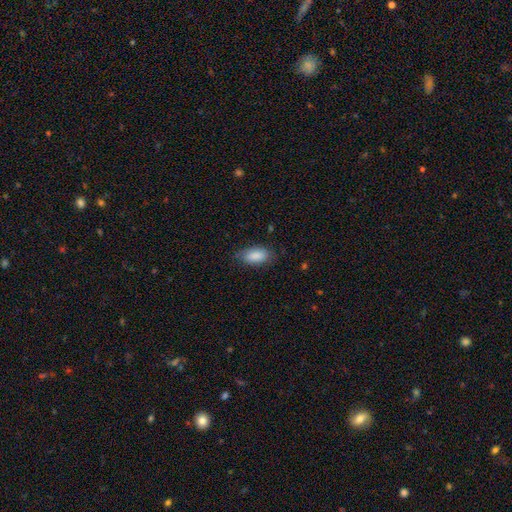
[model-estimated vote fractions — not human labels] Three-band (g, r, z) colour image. It shows a smooth galaxy with no disk features (88%) that is in between round and cigar-shaped (92%). Merging: none (79%).